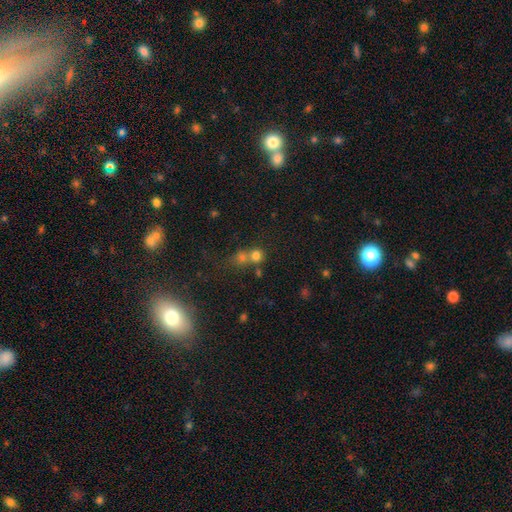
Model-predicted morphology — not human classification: The model was most divided on "merging": merger: 48%, none: 42%, minor disturbance: 6%, major disturbance: 4%. More confident: how rounded — round (85%); smooth or featured — smooth (73%).